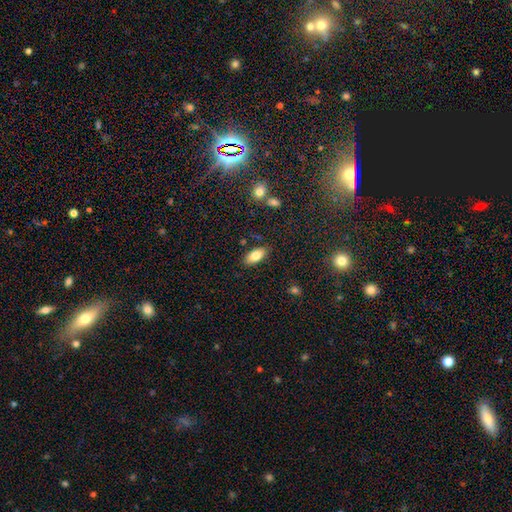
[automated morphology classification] type=smooth (80%); roundness=in between (88%); merging=none (85%).